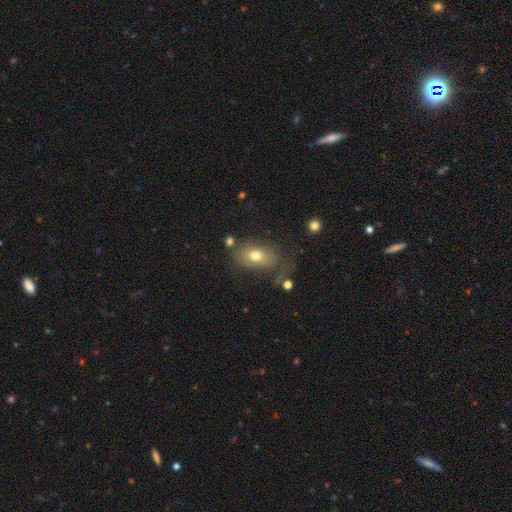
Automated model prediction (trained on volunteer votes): Q: Smooth or featured?
A: smooth (71%); runner-up: featured or disk (19%)
Q: How rounded?
A: in between (81%); runner-up: round (16%)
Q: Merging?
A: none (51%); runner-up: minor disturbance (23%)